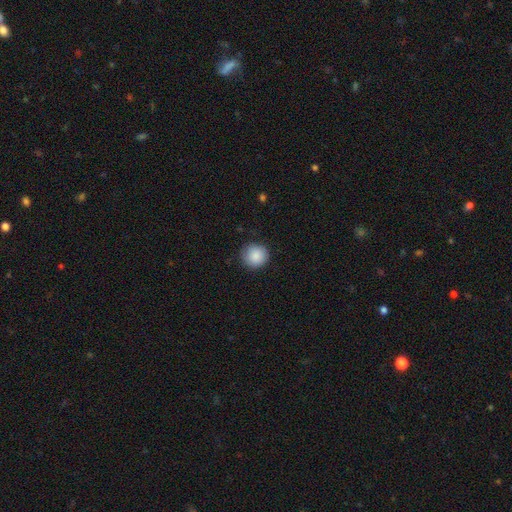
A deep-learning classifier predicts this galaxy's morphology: Smooth or featured: smooth — 88% (star or artifact — 8%)
How rounded: round — 93% (in between — 6%)
Merging: none — 86% (minor disturbance — 11%)